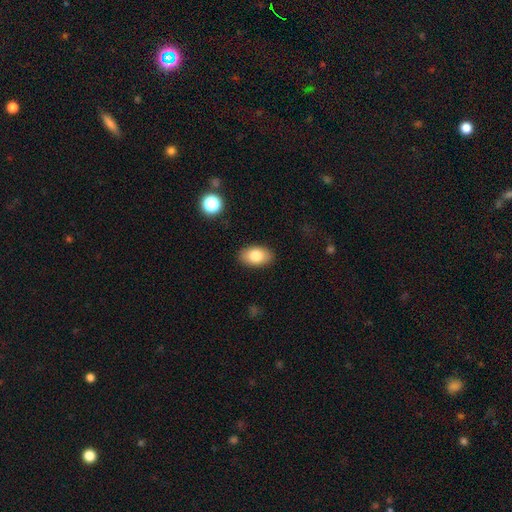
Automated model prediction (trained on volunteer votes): Overall: smooth (81%). How rounded: in between (91%). Merging: none (88%).